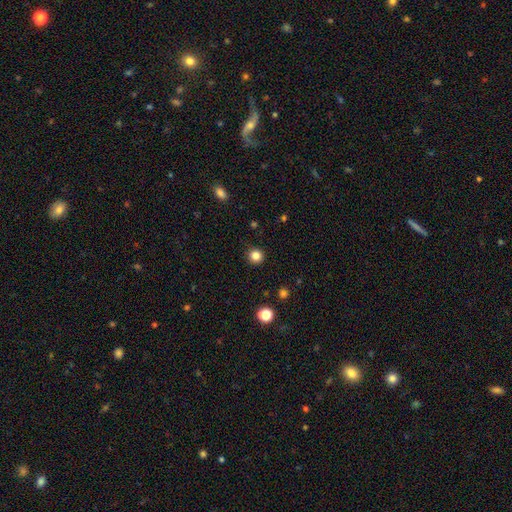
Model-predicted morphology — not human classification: Q: Smooth or featured?
A: smooth (84%); runner-up: star or artifact (12%)
Q: How rounded?
A: round (94%); runner-up: in between (5%)
Q: Merging?
A: none (91%); runner-up: minor disturbance (6%)